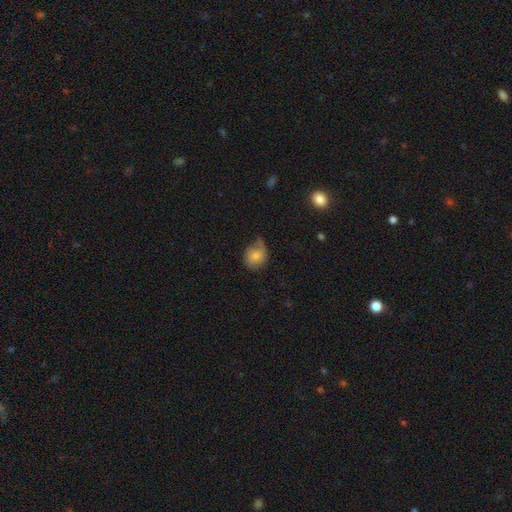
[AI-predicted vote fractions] Overall: smooth (70%). How rounded: round (64%; in between 35%). Merging: none (45%; minor disturbance 38%).